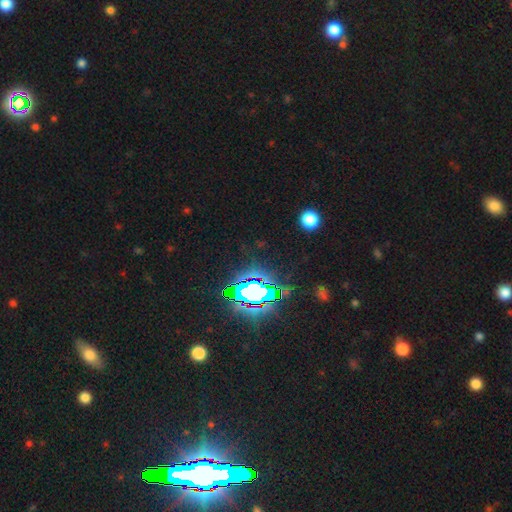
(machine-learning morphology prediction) smooth_or_featured: star or artifact (p=0.83) [alt: smooth p=0.10]